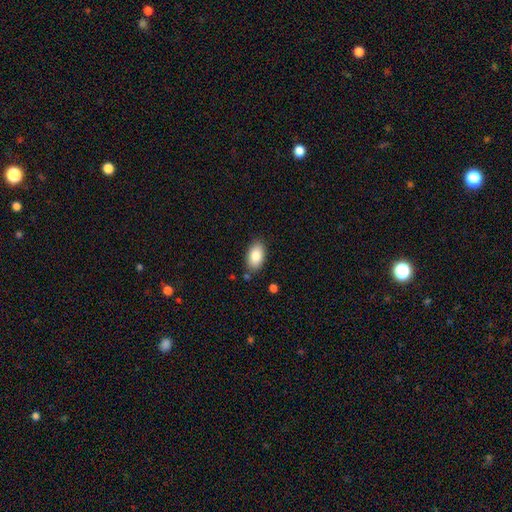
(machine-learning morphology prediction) A smooth galaxy with no disk features (85%) that is in between round and cigar-shaped (93%).

Vote fractions:
- Smooth or featured? smooth: 85% / featured or disk: 8% / star or artifact: 7%
- How rounded? in between: 93% / round: 5% / cigar-shaped: 2%
- Merging? none: 83% / minor disturbance: 12% / merger: 3% / major disturbance: 3%